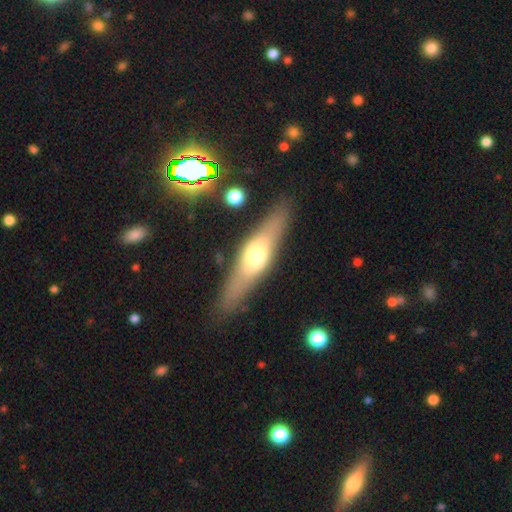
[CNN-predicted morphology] smooth_or_featured: featured or disk (p=0.50) [alt: smooth p=0.43]
disk_edge_on: yes (p=0.78) [alt: no p=0.22]
merging: none (p=0.85) [alt: minor disturbance p=0.10]